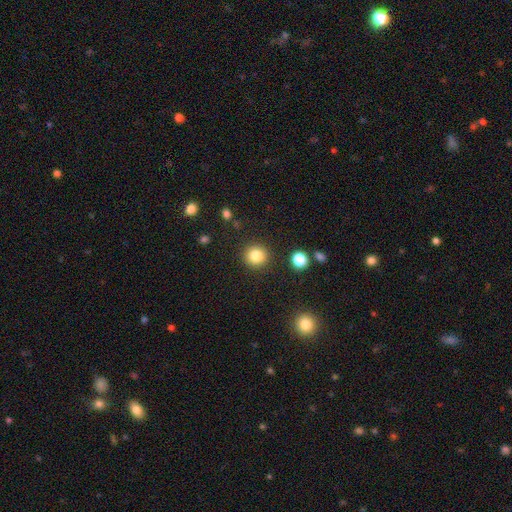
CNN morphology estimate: Overall: smooth (83%). How rounded: round (92%). Merging: none (90%).